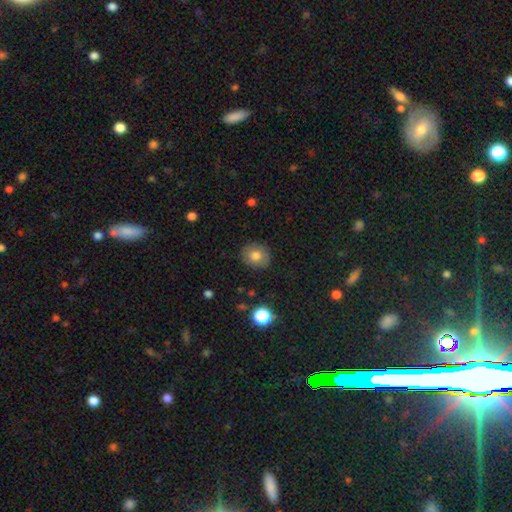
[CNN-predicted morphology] This is likely a smooth galaxy (76%). How rounded: likely round (75%). Merging: clearly none (86%).